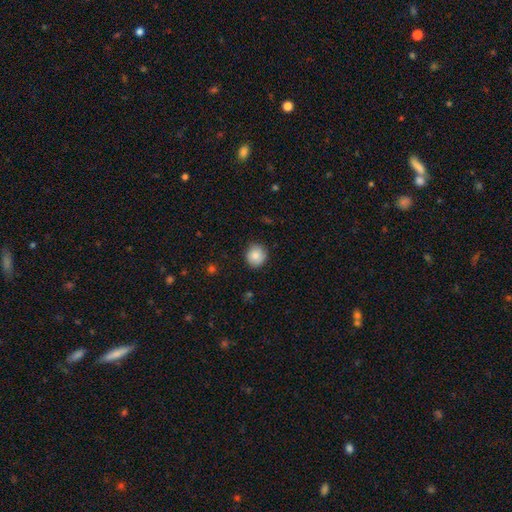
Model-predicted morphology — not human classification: The model was most divided on "merging": none: 85%, minor disturbance: 12%, major disturbance: 2%, merger: 1%. More confident: how rounded — round (88%); smooth or featured — smooth (84%).